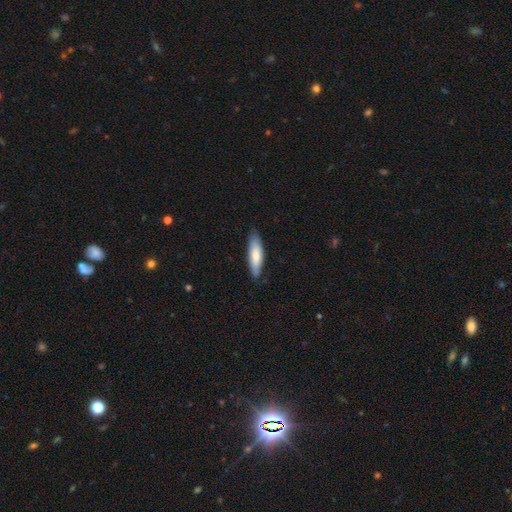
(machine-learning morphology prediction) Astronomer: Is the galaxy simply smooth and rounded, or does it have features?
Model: smooth — 73%.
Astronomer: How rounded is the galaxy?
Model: cigar-shaped — 62% (runner-up: in between, 37%).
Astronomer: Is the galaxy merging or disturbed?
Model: none — 79%.